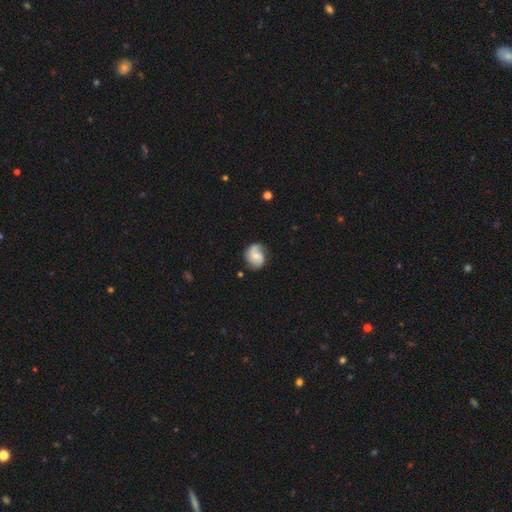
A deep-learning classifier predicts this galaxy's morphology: type=featured or disk (71%); edge-on=no (98%); bar=no (56%); spiral arms=yes (94%); winding=medium (46%); arm count=2 (79%); bulge=small (47%); merging=none (71%).